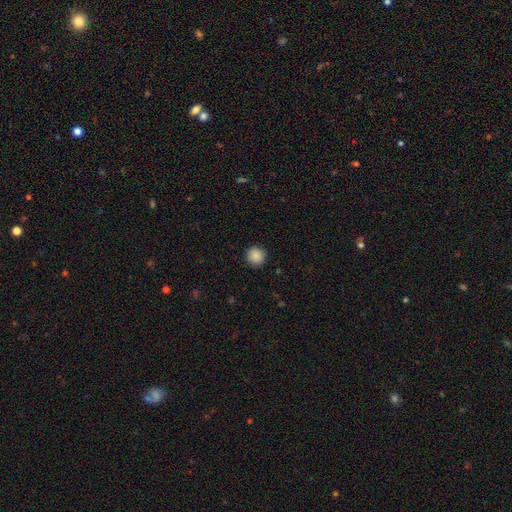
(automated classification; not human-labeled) Smooth or featured?
  - smooth: 88% *
  - star or artifact: 9%
  - featured or disk: 3%
How rounded?
  - round: 95% *
  - in between: 4%
  - cigar-shaped: 1%
Merging?
  - none: 92% *
  - minor disturbance: 5%
  - major disturbance: 2%
  - merger: 1%